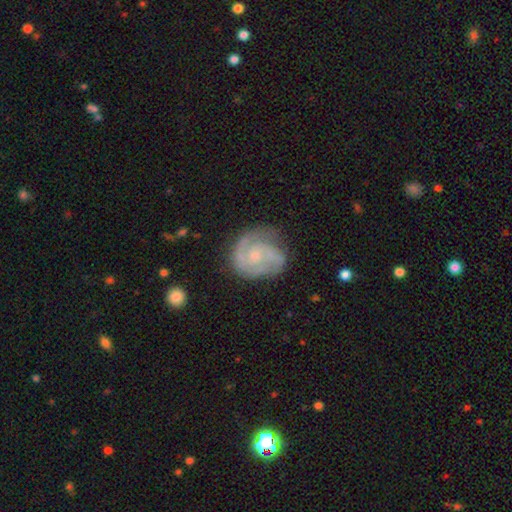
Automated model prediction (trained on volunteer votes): Smooth or featured? Predicted: featured or disk (p=0.83). Edge-on disk? Predicted: no (p=0.98). Bar? Predicted: no (p=0.66). Spiral arms? Predicted: yes (p=0.96). Spiral winding? Predicted: tight (p=0.52). Spiral arm count? Predicted: 2 (p=0.63). Bulge size? Predicted: small (p=0.60). Merging? Predicted: none (p=0.68).